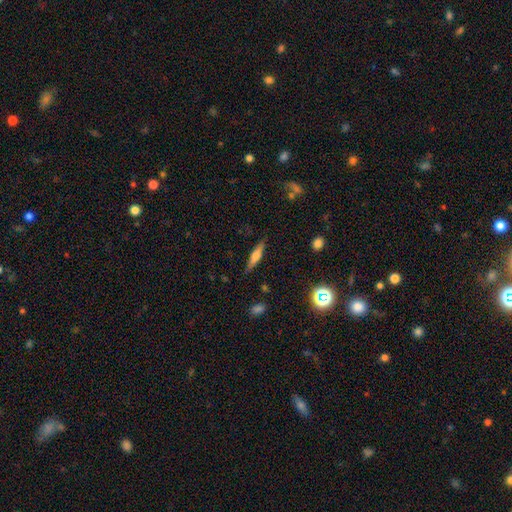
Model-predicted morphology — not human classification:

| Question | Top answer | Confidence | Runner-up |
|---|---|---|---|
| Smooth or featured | smooth | 55% | featured or disk (36%) |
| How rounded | cigar-shaped | 79% | in between (19%) |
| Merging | none | 84% | minor disturbance (11%) |